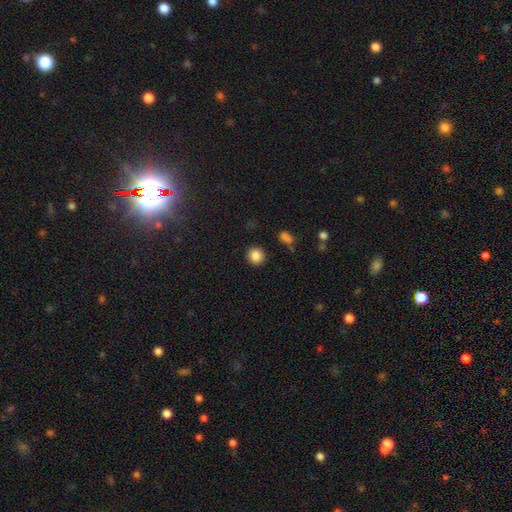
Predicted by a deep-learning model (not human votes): This is clearly a smooth galaxy (86%). How rounded: clearly round (91%). Merging: clearly none (90%).